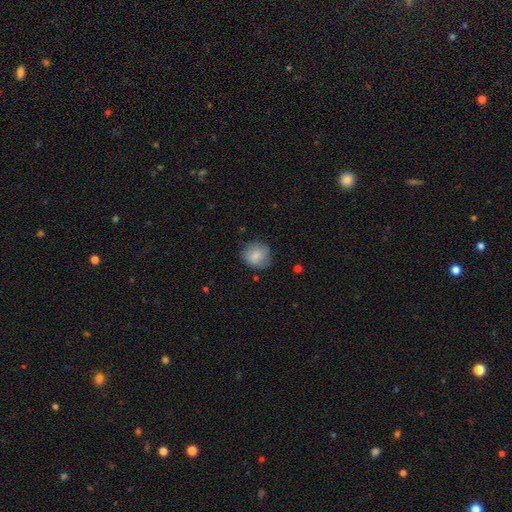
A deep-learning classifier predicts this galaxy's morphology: smooth-or-featured: smooth: 78% | featured or disk: 15% | star or artifact: 7%
  how-rounded: round: 82% | in between: 17% | cigar-shaped: 1%
  merging: none: 70% | minor disturbance: 23% | major disturbance: 6% | merger: 1%